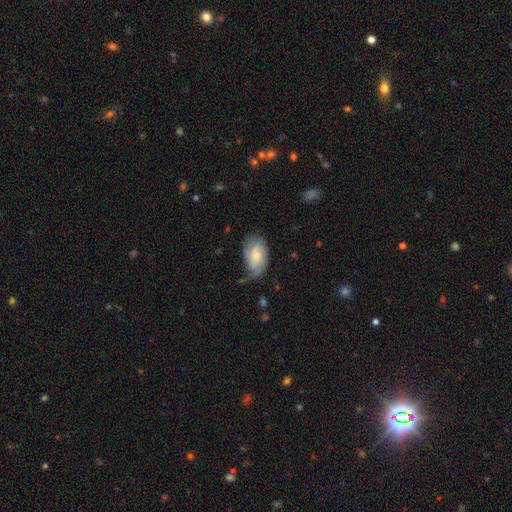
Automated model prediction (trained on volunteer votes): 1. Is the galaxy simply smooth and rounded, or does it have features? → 56% smooth, 38% featured or disk, 7% star or artifact.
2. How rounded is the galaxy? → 91% in between, 6% round, 2% cigar-shaped.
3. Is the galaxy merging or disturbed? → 50% none, 35% minor disturbance, 13% major disturbance, 2% merger.